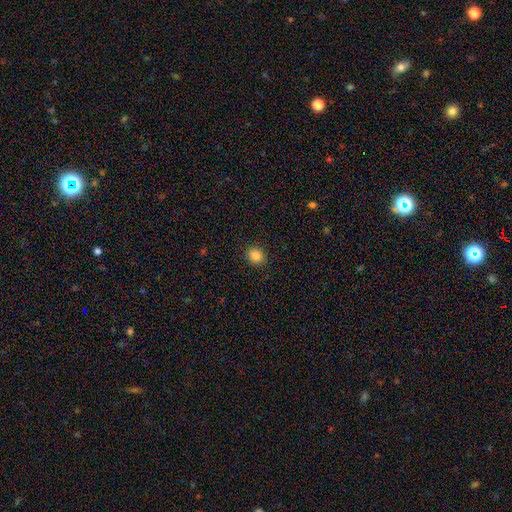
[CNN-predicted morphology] type=smooth (84%); roundness=round (79%); merging=none (91%).